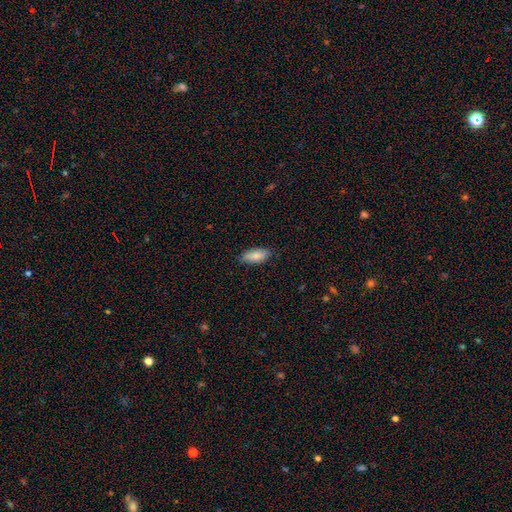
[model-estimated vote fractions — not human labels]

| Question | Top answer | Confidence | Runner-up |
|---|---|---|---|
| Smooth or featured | smooth | 87% | featured or disk (7%) |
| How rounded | in between | 85% | cigar-shaped (13%) |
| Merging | none | 84% | minor disturbance (12%) |